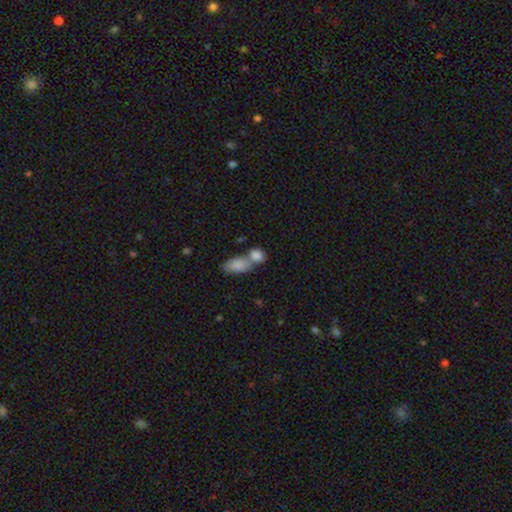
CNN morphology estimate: smooth 85%, featured or disk 8%, star or artifact 7%. Down the decision tree: how rounded — in between (74%); merging — merger (55%).